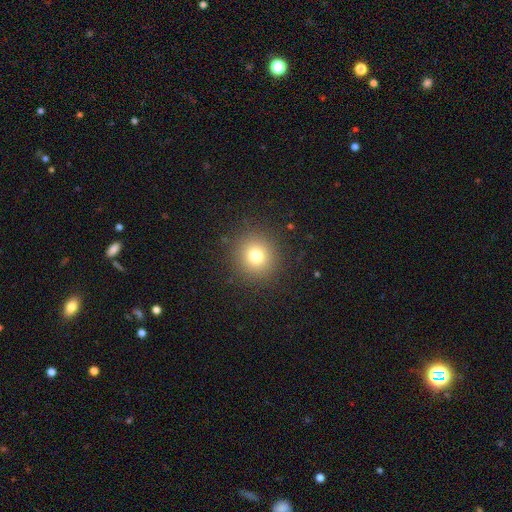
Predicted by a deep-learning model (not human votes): Overall: smooth (76%). How rounded: round (94%). Merging: none (90%).